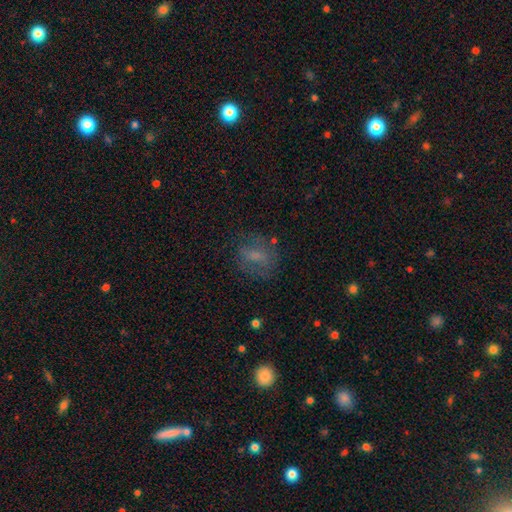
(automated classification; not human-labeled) This appears to be a smooth galaxy with no disk features (56%) that is in between round and cigar-shaped (53%). Merging: none (67%).